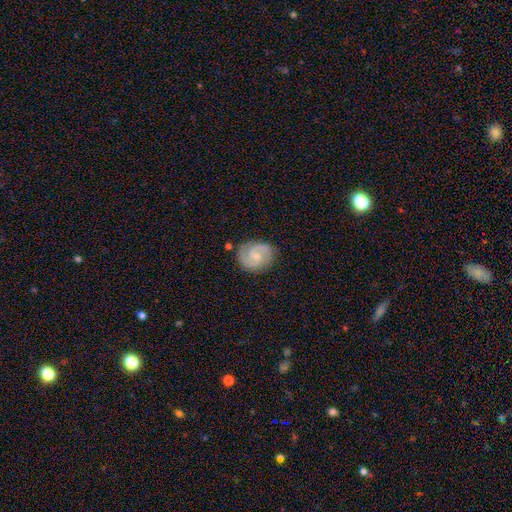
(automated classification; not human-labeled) Overall: featured or disk (83%). Edge-on disk: no (98%). Bar: no (47%; weak 45%). Spiral arms: yes (97%). Spiral arm count: 2 (87%). Spiral winding: medium (48%; tight 43%). Bulge size: small (62%; moderate 30%). Merging: none (80%).